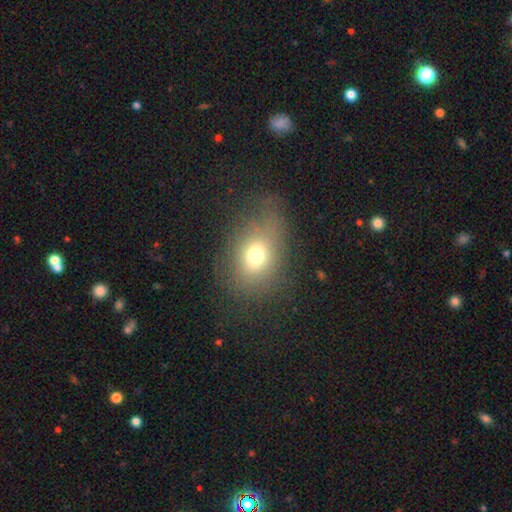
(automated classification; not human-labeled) Q: Smooth or featured?
A: smooth (69%); runner-up: featured or disk (16%)
Q: How rounded?
A: in between (61%); runner-up: round (37%)
Q: Merging?
A: none (63%); runner-up: minor disturbance (20%)